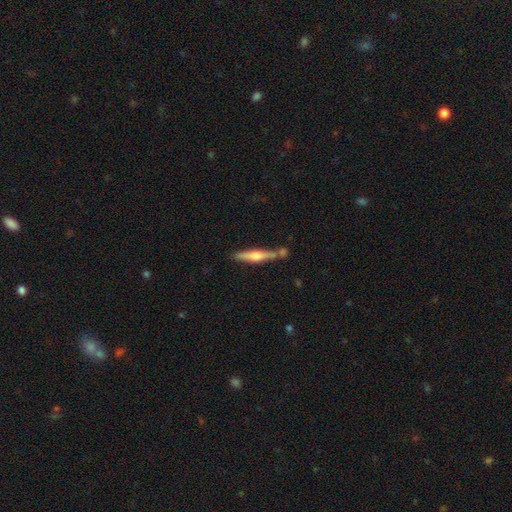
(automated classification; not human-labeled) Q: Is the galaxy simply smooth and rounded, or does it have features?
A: featured or disk — 60%.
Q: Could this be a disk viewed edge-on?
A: yes — 97%.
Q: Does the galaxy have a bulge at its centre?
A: rounded — 83%.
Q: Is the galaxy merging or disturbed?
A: none — 70%.